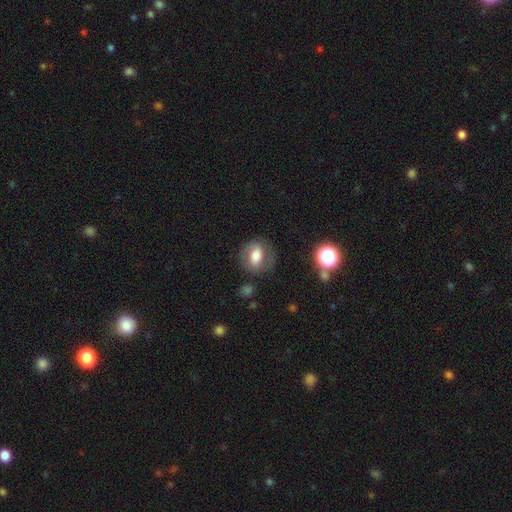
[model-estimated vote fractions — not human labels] This is possibly a smooth galaxy (54%). How rounded: possibly in between (55%). Merging: likely none (73%).